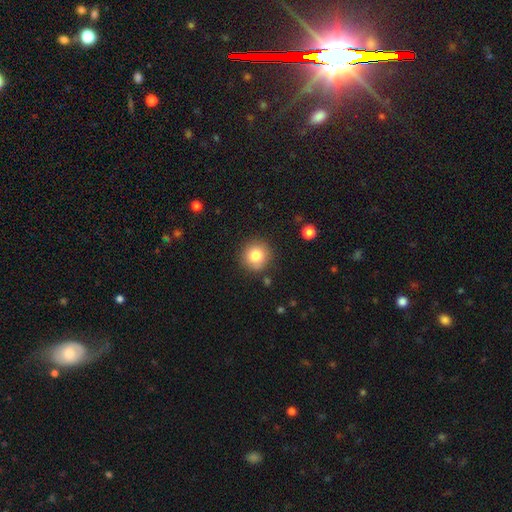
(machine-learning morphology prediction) A smooth galaxy with no disk features (81%) that is round (93%).

Vote fractions:
- Smooth or featured? smooth: 81% / star or artifact: 10% / featured or disk: 9%
- How rounded? round: 93% / in between: 6% / cigar-shaped: 1%
- Merging? none: 87% / minor disturbance: 9% / major disturbance: 3% / merger: 2%